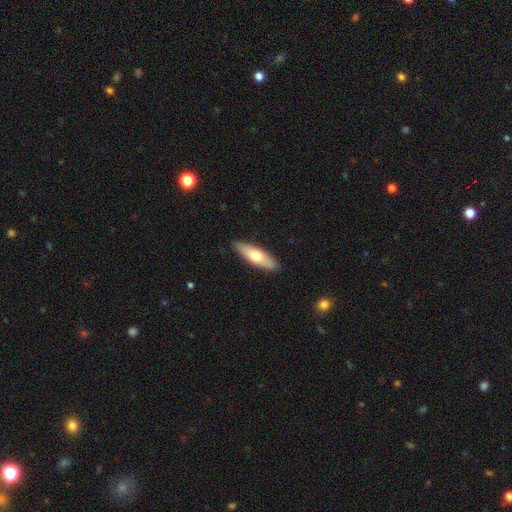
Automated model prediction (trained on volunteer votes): The model was most divided on "how rounded": cigar-shaped: 50%, in between: 48%, round: 2%. More confident: merging — none (89%); smooth or featured — smooth (63%).